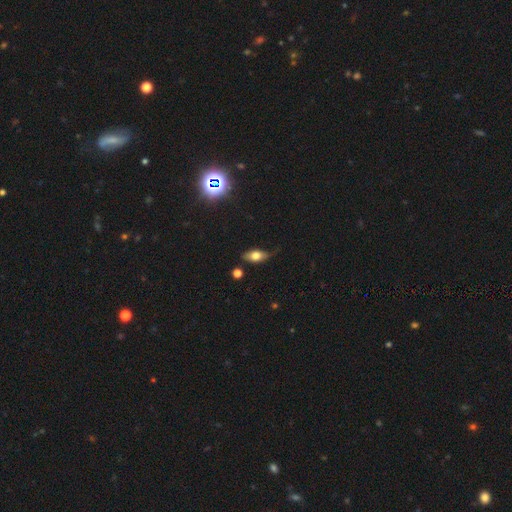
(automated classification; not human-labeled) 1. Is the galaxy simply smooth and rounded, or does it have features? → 65% smooth, 26% featured or disk, 10% star or artifact.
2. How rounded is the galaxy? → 83% in between, 11% cigar-shaped, 6% round.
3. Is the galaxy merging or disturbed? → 62% none, 28% minor disturbance, 7% major disturbance, 2% merger.